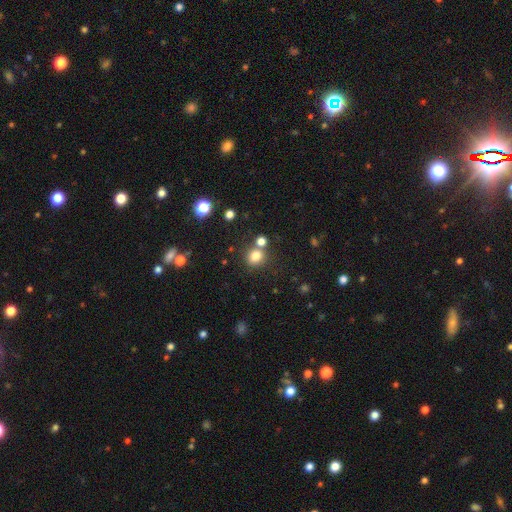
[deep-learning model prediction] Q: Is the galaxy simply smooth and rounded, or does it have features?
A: smooth — 79%.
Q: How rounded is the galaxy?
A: round — 80%.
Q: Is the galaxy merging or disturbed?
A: none — 70%.